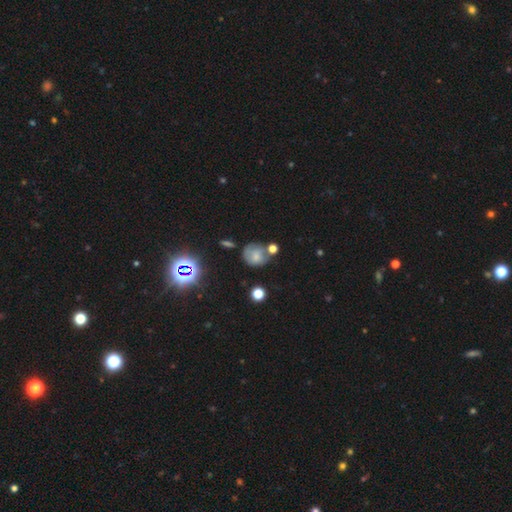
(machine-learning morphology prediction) Overall: smooth (60%; featured or disk 21%). How rounded: round (74%). Merging: none (46%; minor disturbance 24%).